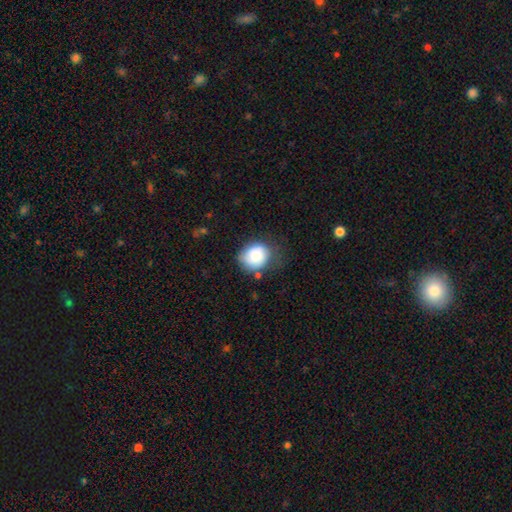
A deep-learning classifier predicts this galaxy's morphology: smooth_or_featured: smooth (p=0.82) [alt: featured or disk p=0.10]
how_rounded: round (p=0.65) [alt: in between p=0.34]
merging: none (p=0.57) [alt: minor disturbance p=0.29]